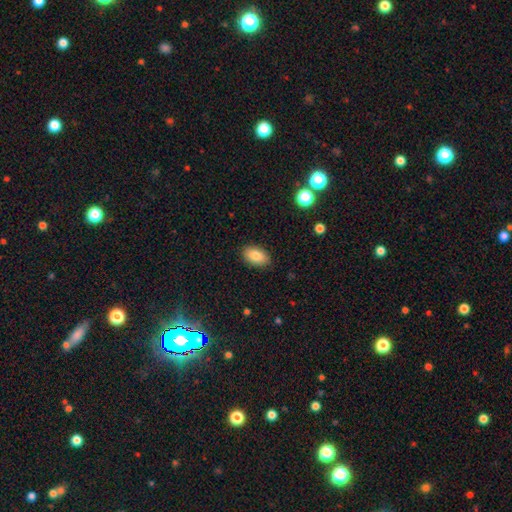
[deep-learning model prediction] Smooth or featured?
  - smooth: 85% *
  - star or artifact: 8%
  - featured or disk: 7%
How rounded?
  - in between: 92% *
  - round: 6%
  - cigar-shaped: 2%
Merging?
  - none: 88% *
  - minor disturbance: 9%
  - major disturbance: 2%
  - merger: 1%